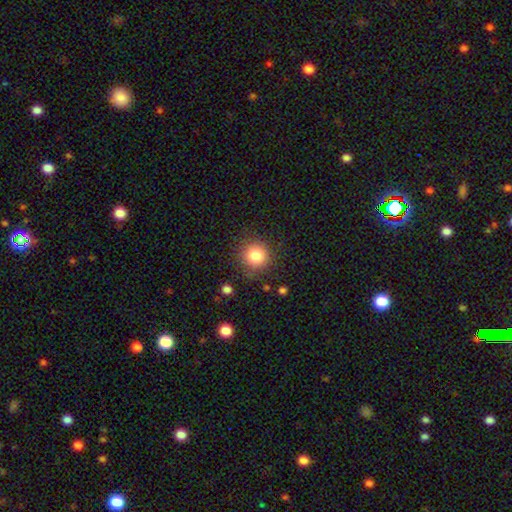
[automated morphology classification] This appears to be a smooth galaxy with no disk features (82%) that is round (93%). Merging: none (84%).